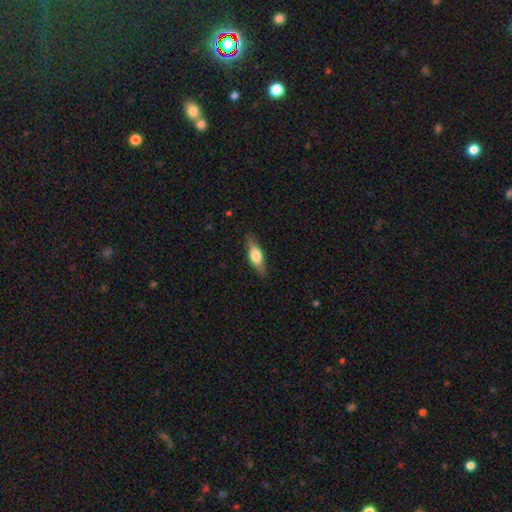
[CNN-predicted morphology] Q: Smooth or featured?
A: featured or disk (50%); runner-up: smooth (44%)
Q: Merging?
A: none (86%); runner-up: minor disturbance (10%)